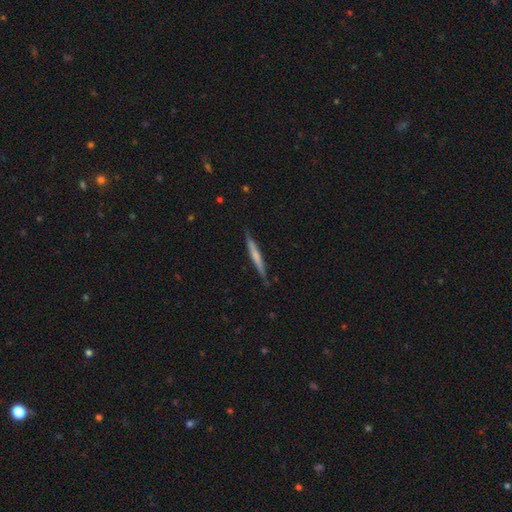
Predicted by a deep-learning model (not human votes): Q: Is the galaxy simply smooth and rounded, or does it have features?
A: smooth — 51%.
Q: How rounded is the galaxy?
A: cigar-shaped — 96%.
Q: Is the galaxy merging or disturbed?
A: none — 86%.